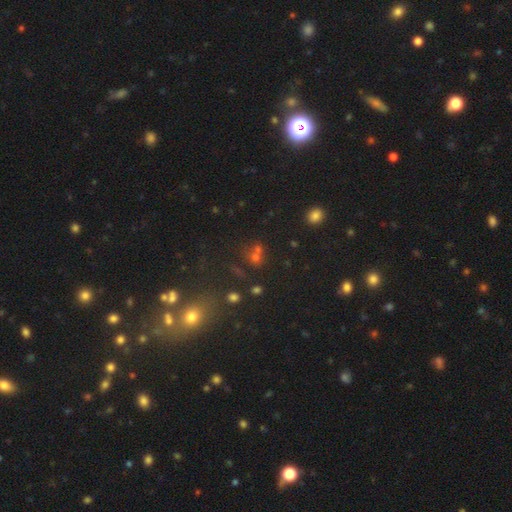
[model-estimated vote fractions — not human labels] Smooth or featured? smooth (50%)
Merging? none (53%)